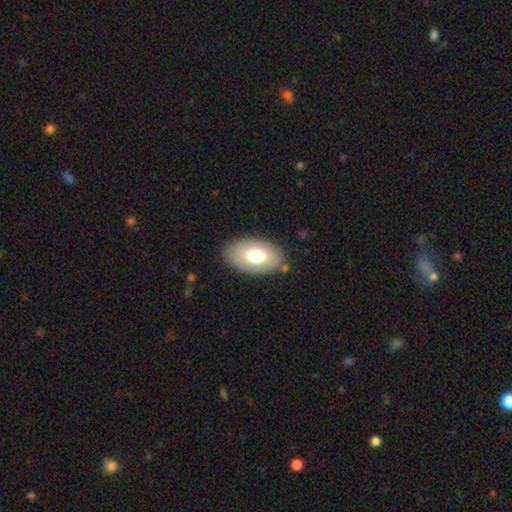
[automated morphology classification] type=smooth (70%); roundness=in between (93%); merging=none (84%).